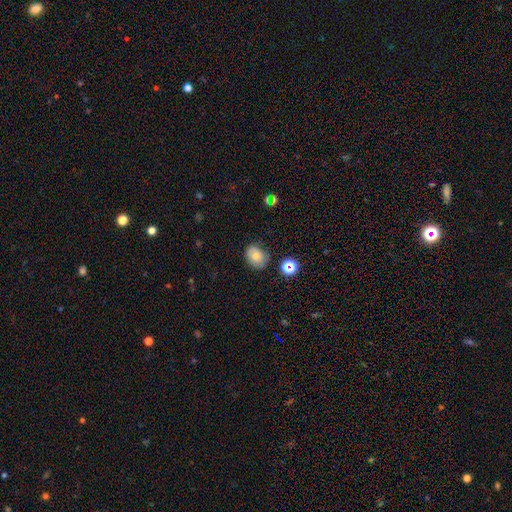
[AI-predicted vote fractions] A smooth galaxy with no disk features (74%) that is round (50%). Merging: none (76%).